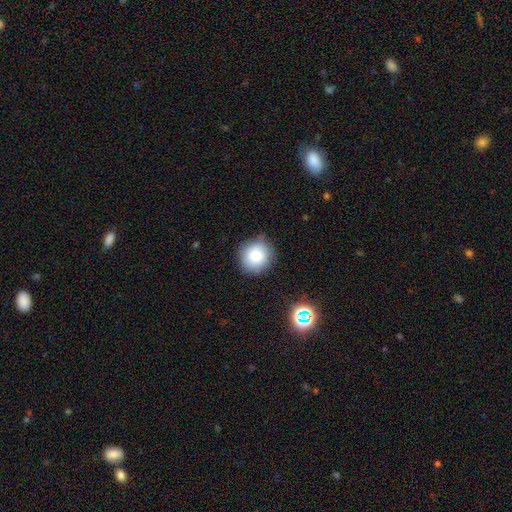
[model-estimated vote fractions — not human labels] This is likely a smooth galaxy (79%). How rounded: clearly round (89%). Merging: likely none (79%).